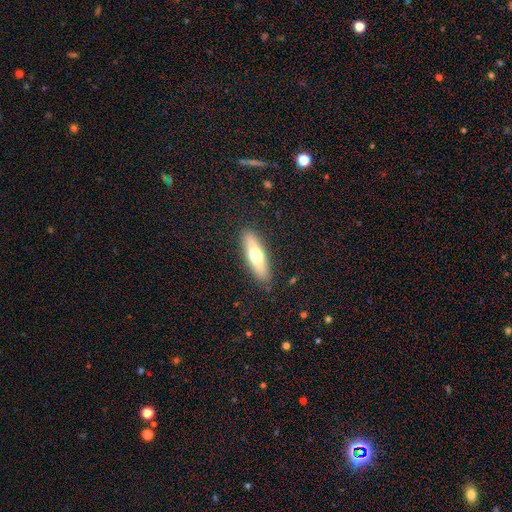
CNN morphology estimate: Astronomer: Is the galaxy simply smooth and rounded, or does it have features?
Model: smooth — 56% (runner-up: featured or disk, 37%).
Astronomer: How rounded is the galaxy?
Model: cigar-shaped — 62%.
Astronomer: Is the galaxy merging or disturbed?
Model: none — 88%.